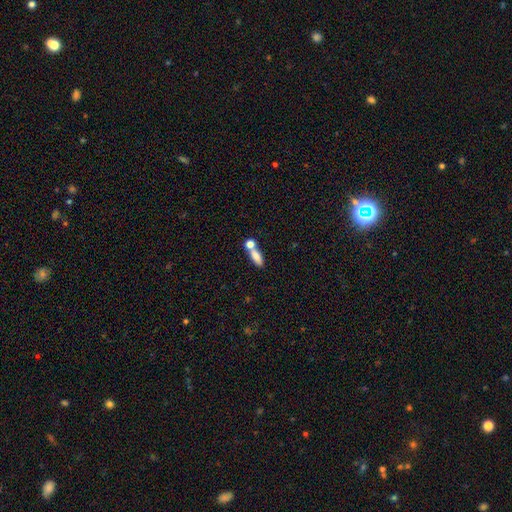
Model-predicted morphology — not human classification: smooth-or-featured: smooth: 79% | featured or disk: 12% | star or artifact: 9%
  how-rounded: in between: 64% | cigar-shaped: 28% | round: 8%
  merging: none: 43% | merger: 42% | minor disturbance: 10% | major disturbance: 5%